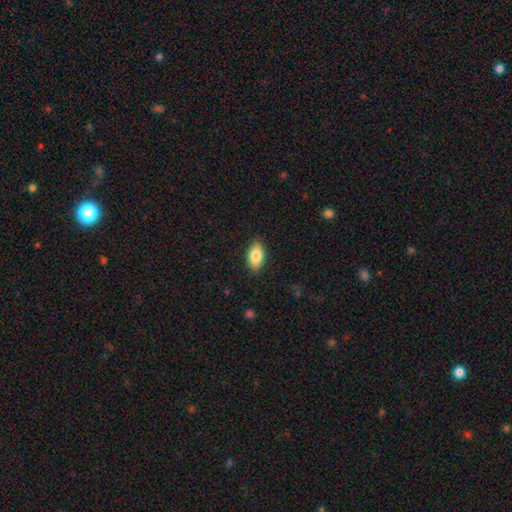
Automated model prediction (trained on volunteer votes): A smooth galaxy with no disk features (83%) that is in between round and cigar-shaped (93%).

Vote fractions:
- Smooth or featured? smooth: 83% / featured or disk: 10% / star or artifact: 7%
- How rounded? in between: 93% / round: 4% / cigar-shaped: 3%
- Merging? none: 87% / minor disturbance: 10% / major disturbance: 2% / merger: 1%